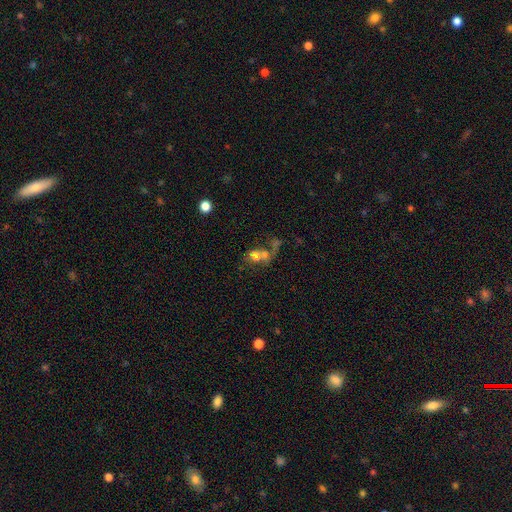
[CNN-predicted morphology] smooth_or_featured: smooth (p=0.61) [alt: featured or disk p=0.25]
how_rounded: round (p=0.50) [alt: in between p=0.48]
merging: merger (p=0.64) [alt: none p=0.19]